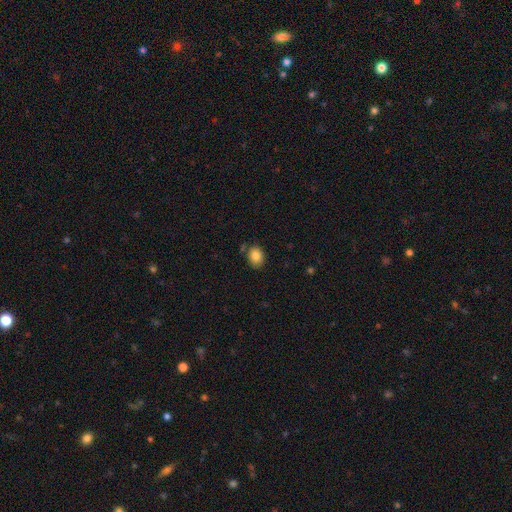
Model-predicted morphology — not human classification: Smooth or featured?
  - smooth: 84% *
  - star or artifact: 9%
  - featured or disk: 7%
How rounded?
  - in between: 60% *
  - round: 39%
  - cigar-shaped: 1%
Merging?
  - none: 79% *
  - minor disturbance: 13%
  - merger: 5%
  - major disturbance: 3%